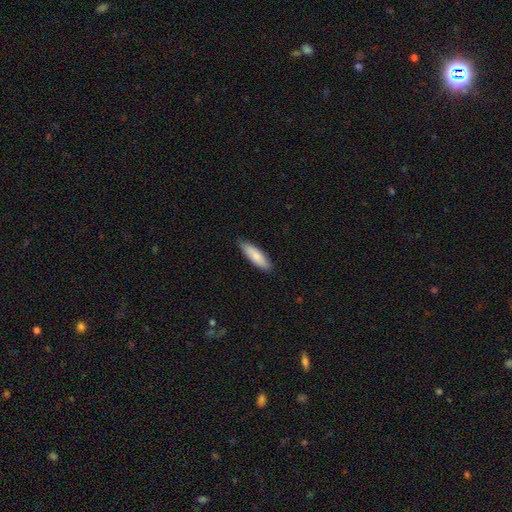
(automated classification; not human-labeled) A smooth galaxy with no disk features (82%) that is cigar-shaped (53%). Merging: none (85%).